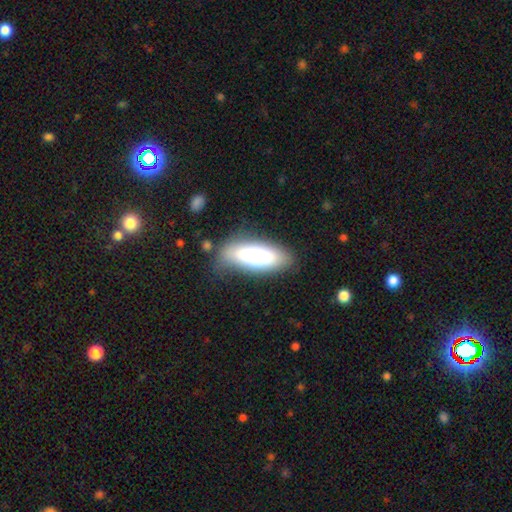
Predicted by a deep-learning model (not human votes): A smooth galaxy with no disk features (65%) that is in between round and cigar-shaped (70%). Merging: none (74%).